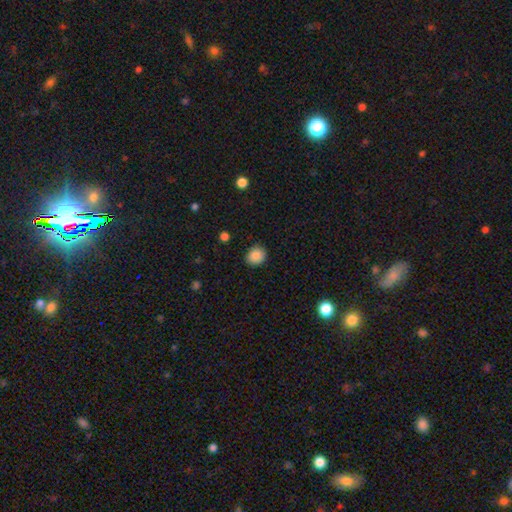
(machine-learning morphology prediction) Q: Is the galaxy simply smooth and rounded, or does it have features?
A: smooth — 87%.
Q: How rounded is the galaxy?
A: round — 66%.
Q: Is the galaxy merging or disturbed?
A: none — 87%.